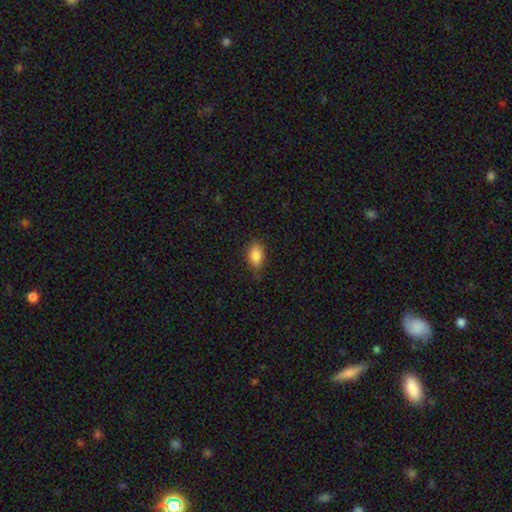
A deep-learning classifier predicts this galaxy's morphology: Overall: smooth (86%). How rounded: in between (84%). Merging: none (78%).